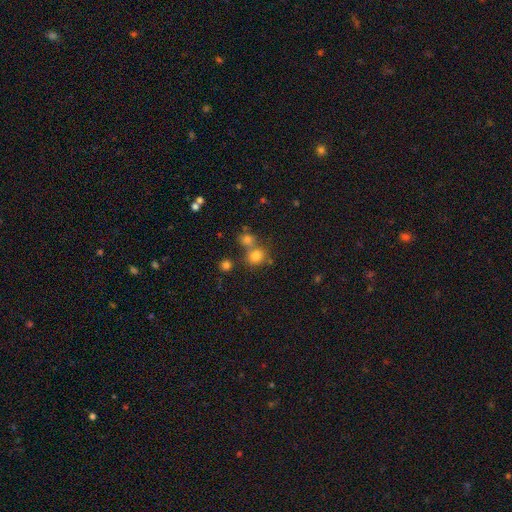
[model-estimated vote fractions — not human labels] Smooth or featured? Predicted: smooth (p=0.76). How rounded? Predicted: round (p=0.68). Merging? Predicted: none (p=0.54).